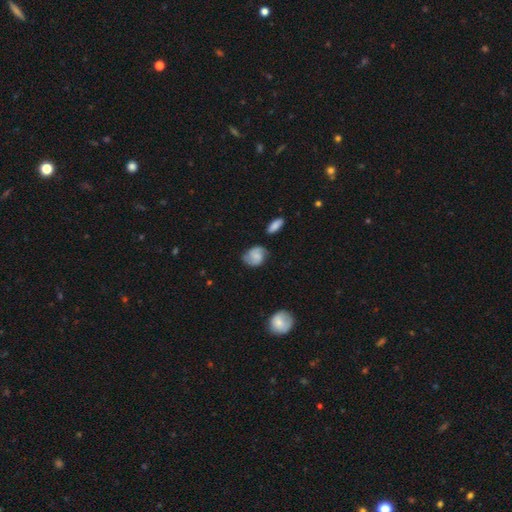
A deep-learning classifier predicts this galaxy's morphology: This is possibly a featured or disk galaxy (51%). It is clearly not viewed edge-on (97%). Merging: likely none (64%).